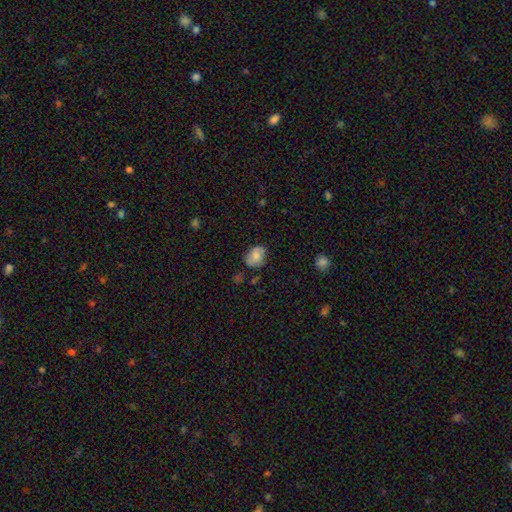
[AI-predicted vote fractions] This is likely a smooth galaxy (75%). How rounded: likely in between (63%). Merging: likely none (69%).